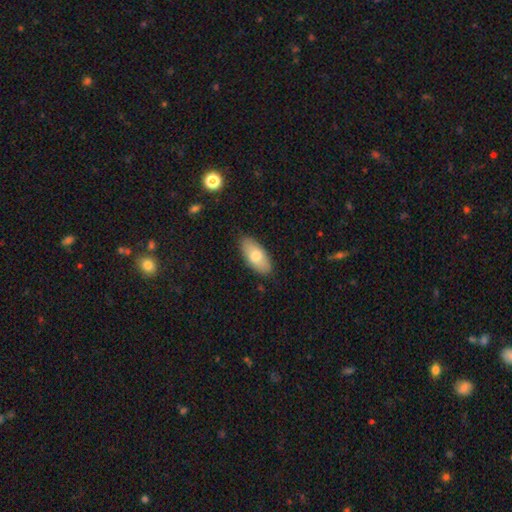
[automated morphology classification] smooth_or_featured: smooth (p=0.73) [alt: featured or disk p=0.21]
how_rounded: in between (p=0.90) [alt: cigar-shaped p=0.07]
merging: none (p=0.84) [alt: minor disturbance p=0.12]